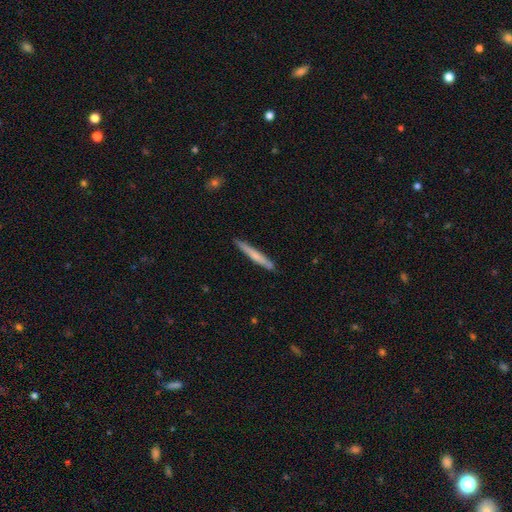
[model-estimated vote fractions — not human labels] Morphology: type=smooth (61%); roundness=cigar-shaped (96%); merging=none (87%).